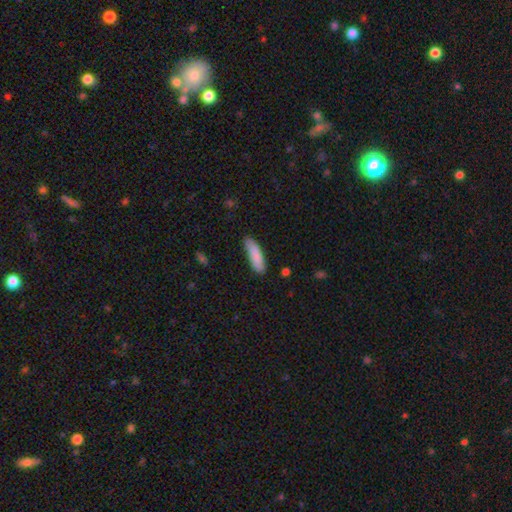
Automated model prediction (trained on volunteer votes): The model was most divided on "how rounded": cigar-shaped: 56%, in between: 42%, round: 1%. More confident: smooth or featured — smooth (86%); merging — none (77%).